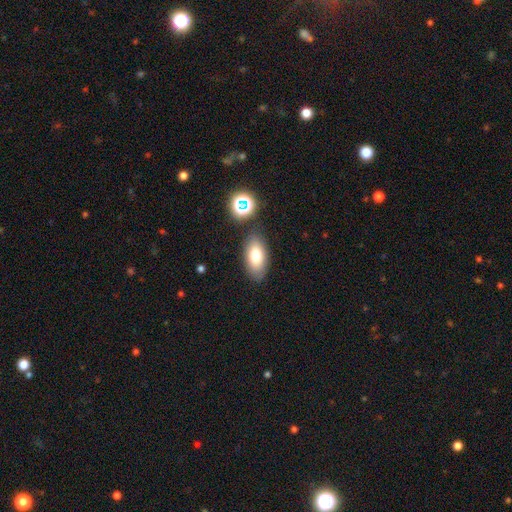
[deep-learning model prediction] Q: Smooth or featured?
A: smooth (78%); runner-up: featured or disk (13%)
Q: How rounded?
A: in between (92%); runner-up: cigar-shaped (4%)
Q: Merging?
A: none (83%); runner-up: minor disturbance (10%)